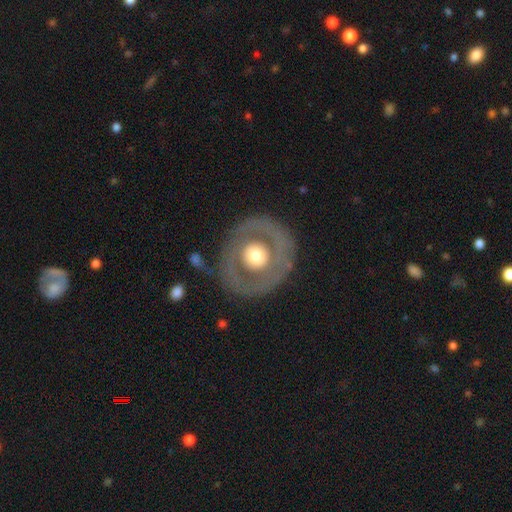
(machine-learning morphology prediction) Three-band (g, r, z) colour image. It shows a featured or disk galaxy (57%) with no bar (87%), no spiral arms (85%) and a moderate central bulge (55%). Merging: none (78%).